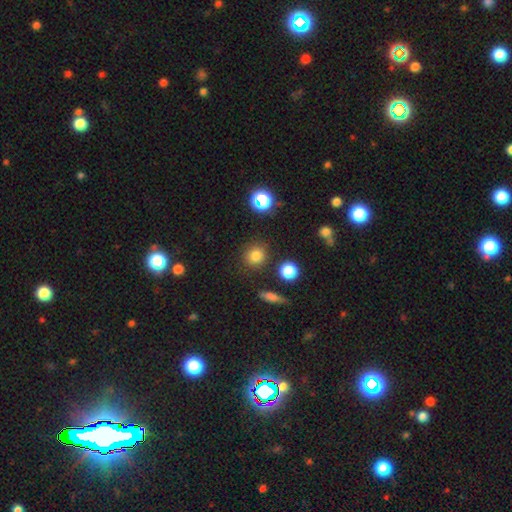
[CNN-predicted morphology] Smooth or featured: smooth — 80% (star or artifact — 15%)
How rounded: round — 85% (in between — 14%)
Merging: none — 86% (minor disturbance — 8%)